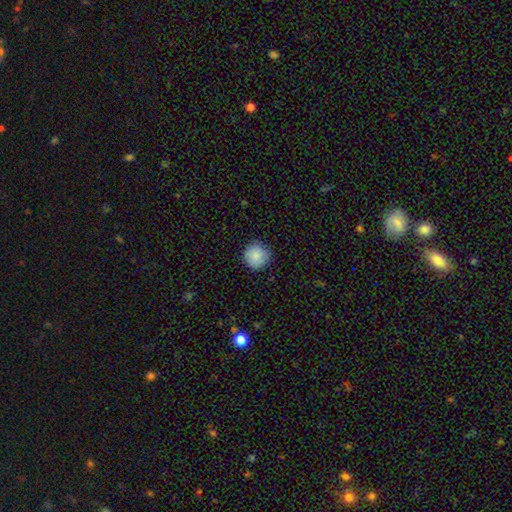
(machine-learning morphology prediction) Q: Smooth or featured?
A: smooth (87%); runner-up: star or artifact (8%)
Q: How rounded?
A: round (95%); runner-up: in between (4%)
Q: Merging?
A: none (87%); runner-up: minor disturbance (10%)